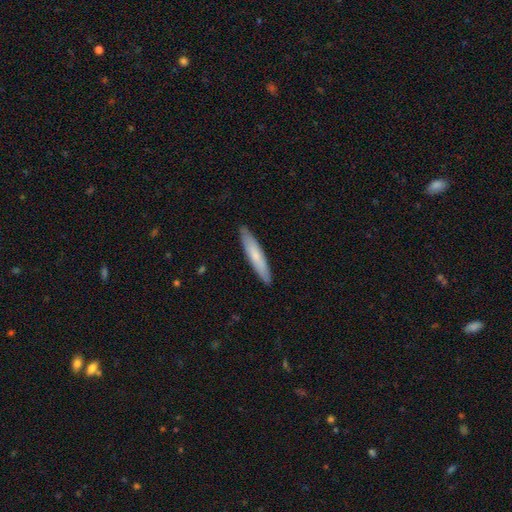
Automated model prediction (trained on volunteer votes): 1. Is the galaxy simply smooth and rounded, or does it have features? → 70% smooth, 25% featured or disk, 5% star or artifact.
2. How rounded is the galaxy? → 90% cigar-shaped, 9% in between, 1% round.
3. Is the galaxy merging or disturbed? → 90% none, 8% minor disturbance, 1% major disturbance, 1% merger.